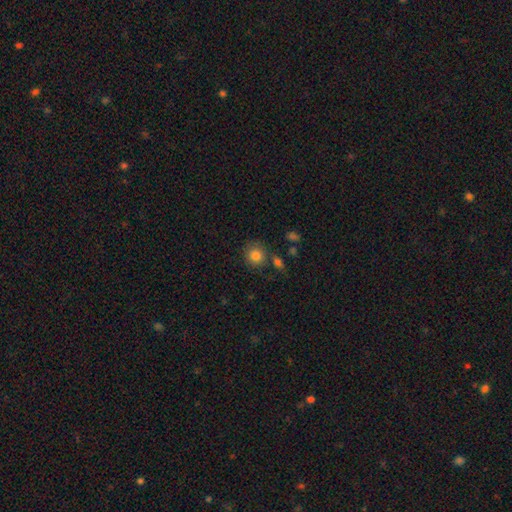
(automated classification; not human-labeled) This appears to be a smooth galaxy with no disk features (83%) that is round (86%). Merging: none (72%).